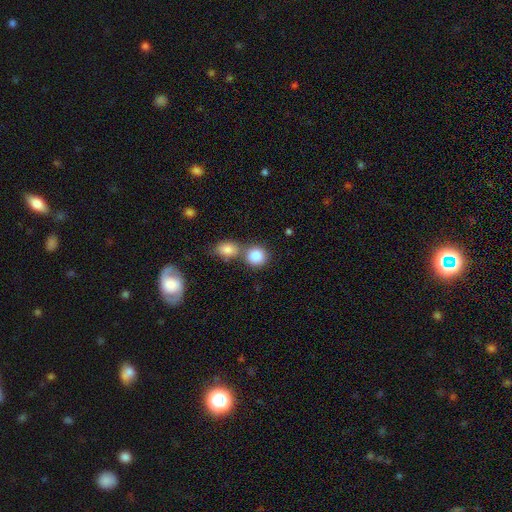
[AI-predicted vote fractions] The model was most divided on "merging": none: 49%, merger: 40%, minor disturbance: 8%, major disturbance: 3%. More confident: smooth or featured — smooth (85%); how rounded — round (82%).